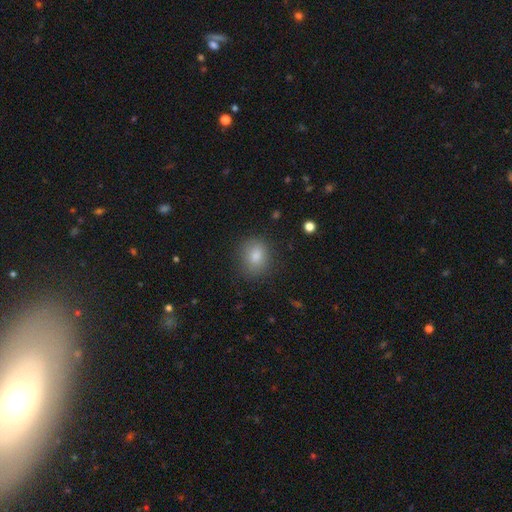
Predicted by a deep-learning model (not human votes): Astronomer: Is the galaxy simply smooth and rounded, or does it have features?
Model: smooth — 81%.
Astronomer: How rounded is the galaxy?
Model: round — 59% (runner-up: in between, 40%).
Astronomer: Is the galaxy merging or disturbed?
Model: none — 85%.